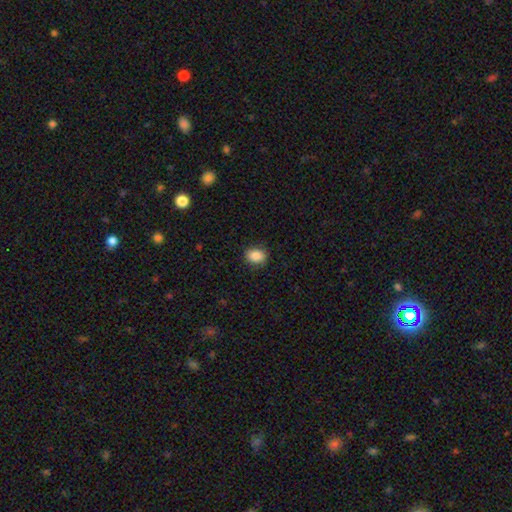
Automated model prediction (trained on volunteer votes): Smooth or featured? Predicted: smooth (p=0.86). How rounded? Predicted: round (p=0.50). Merging? Predicted: none (p=0.87).